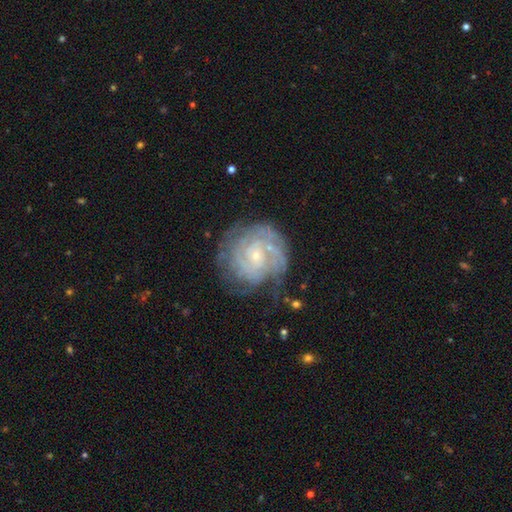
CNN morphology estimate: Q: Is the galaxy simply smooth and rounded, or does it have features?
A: featured or disk — 80%.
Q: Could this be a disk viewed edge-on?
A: no — 98%.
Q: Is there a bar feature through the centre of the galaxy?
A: no — 64%.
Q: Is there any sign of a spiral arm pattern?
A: yes — 92%.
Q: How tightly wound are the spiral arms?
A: tight — 73%.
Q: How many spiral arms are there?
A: can't tell — 44%.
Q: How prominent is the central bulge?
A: small — 77%.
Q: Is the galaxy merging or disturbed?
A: none — 65%.